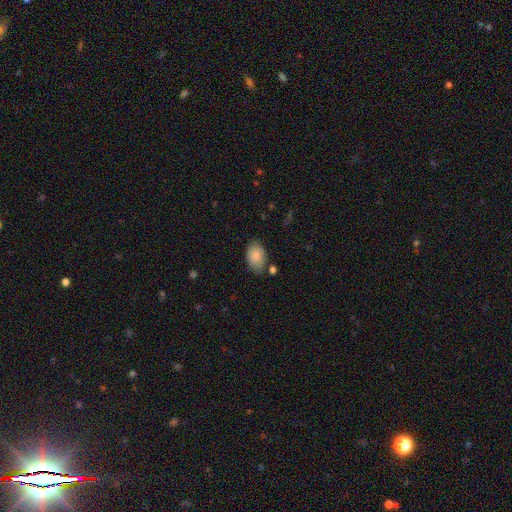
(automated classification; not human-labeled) Smooth or featured? smooth (87%)
How rounded? in between (88%)
Merging? none (73%)